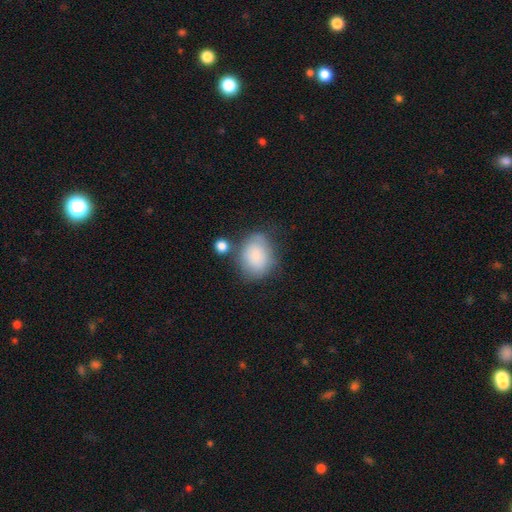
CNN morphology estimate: smooth 78%, featured or disk 15%, star or artifact 8%. Down the decision tree: how rounded — in between (51%); merging — none (55%).